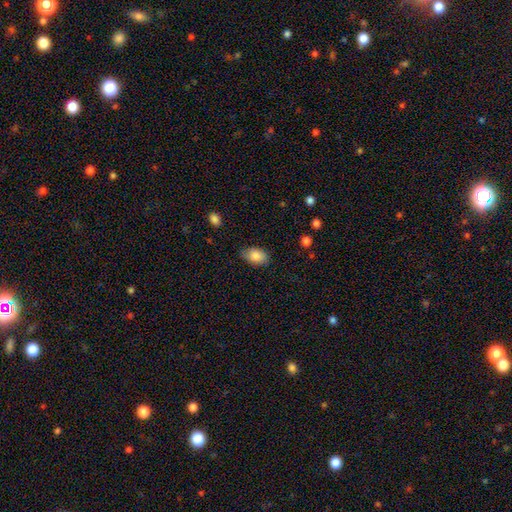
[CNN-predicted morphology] A smooth galaxy with no disk features (84%) that is in between round and cigar-shaped (91%). Merging: none (79%).